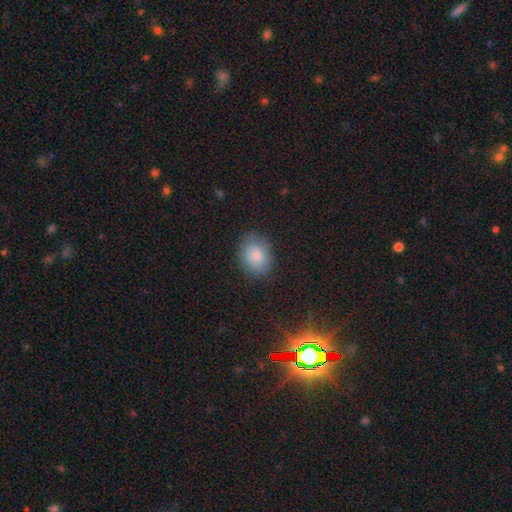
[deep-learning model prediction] Q: Smooth or featured?
A: smooth (84%); runner-up: featured or disk (8%)
Q: How rounded?
A: in between (60%); runner-up: round (39%)
Q: Merging?
A: none (82%); runner-up: minor disturbance (14%)